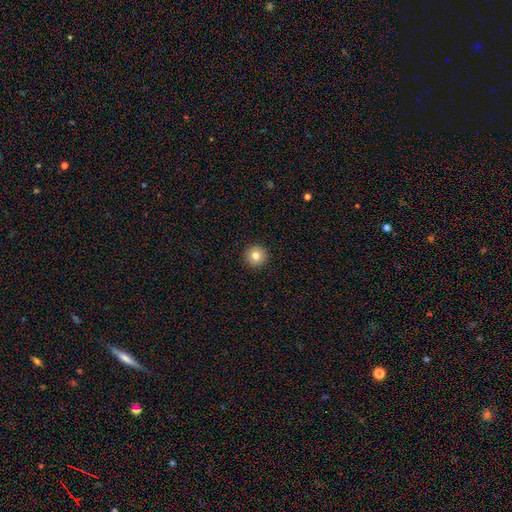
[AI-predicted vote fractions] Smooth or featured? smooth (81%)
How rounded? round (96%)
Merging? none (93%)